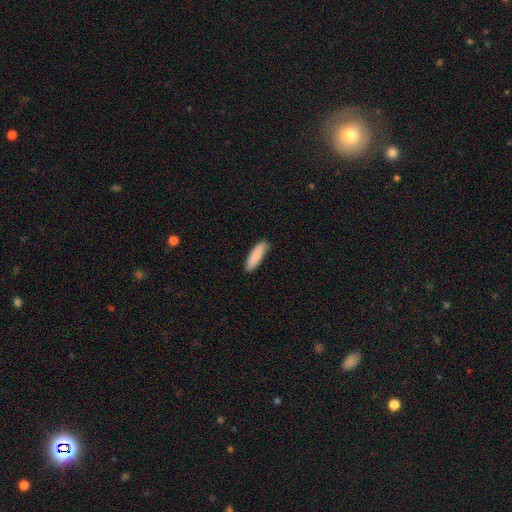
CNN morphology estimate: smooth-or-featured: smooth: 88% | featured or disk: 6% | star or artifact: 6%
  how-rounded: cigar-shaped: 54% | in between: 45% | round: 1%
  merging: none: 83% | minor disturbance: 14% | major disturbance: 2% | merger: 1%